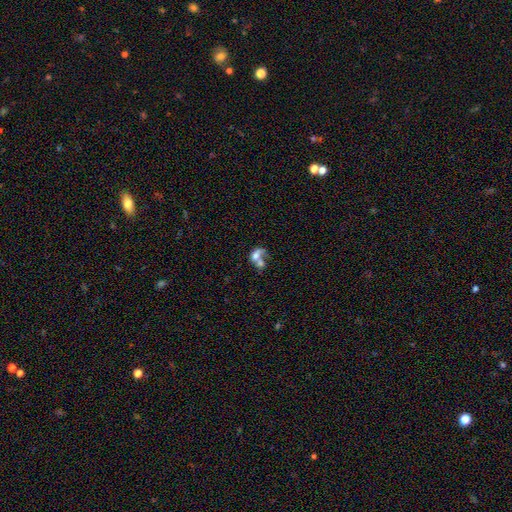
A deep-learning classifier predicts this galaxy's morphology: A smooth galaxy with no disk features (48%). Merging: merger (62%).